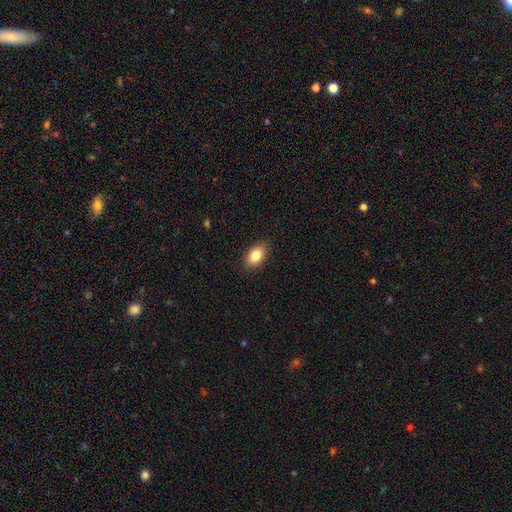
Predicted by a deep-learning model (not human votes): The model was most divided on "how rounded": in between: 87%, round: 12%, cigar-shaped: 1%. More confident: merging — none (88%); smooth or featured — smooth (85%).